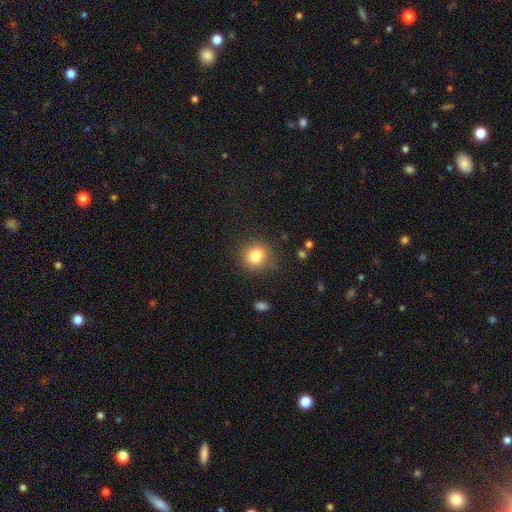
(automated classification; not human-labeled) Q: Smooth or featured?
A: smooth (82%); runner-up: star or artifact (11%)
Q: How rounded?
A: round (77%); runner-up: in between (22%)
Q: Merging?
A: none (81%); runner-up: minor disturbance (13%)